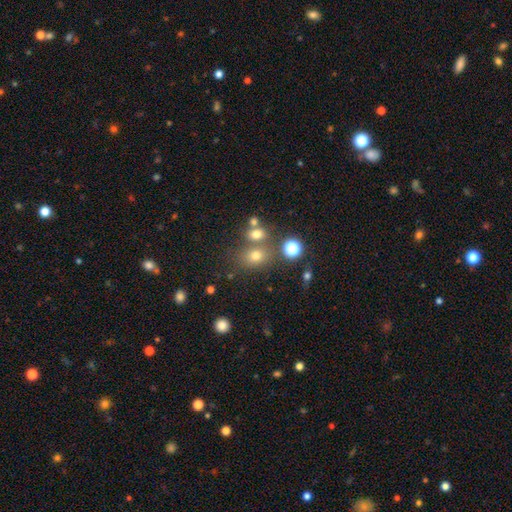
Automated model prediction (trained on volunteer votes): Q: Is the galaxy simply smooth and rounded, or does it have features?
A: smooth — 70%.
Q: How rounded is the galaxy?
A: round — 51%.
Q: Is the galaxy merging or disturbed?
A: none — 61%.